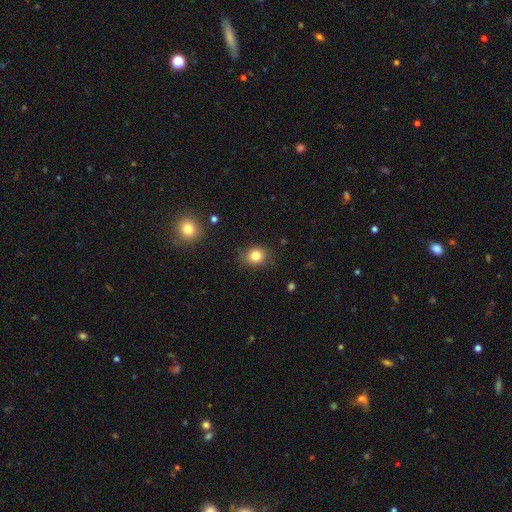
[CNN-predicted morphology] Smooth or featured? smooth (82%)
How rounded? round (70%)
Merging? none (81%)